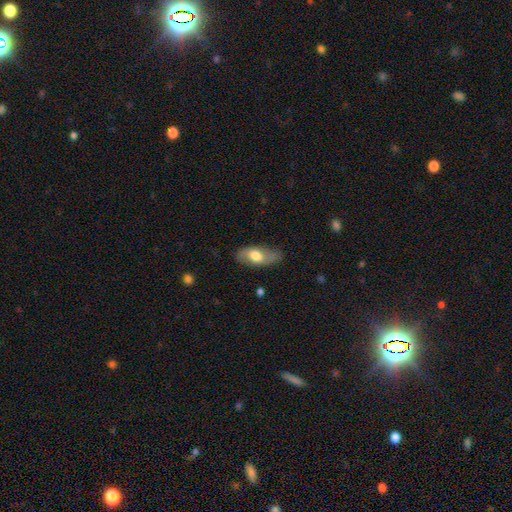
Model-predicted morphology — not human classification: The model was most divided on "smooth or featured": smooth: 58%, featured or disk: 36%, star or artifact: 6%. More confident: how rounded — in between (86%); merging — none (73%).